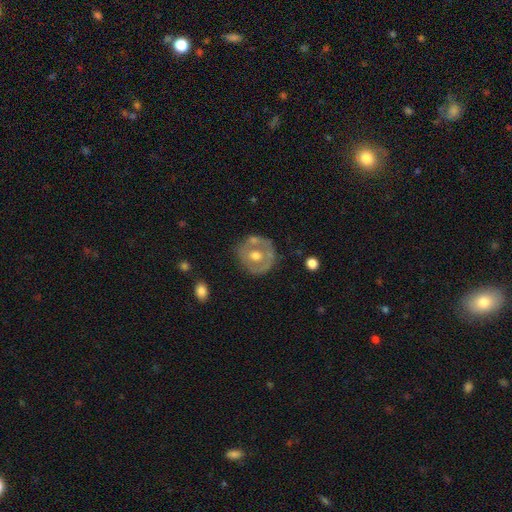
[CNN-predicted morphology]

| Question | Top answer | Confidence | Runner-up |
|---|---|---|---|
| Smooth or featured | featured or disk | 56% | smooth (37%) |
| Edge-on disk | no | 95% | yes (5%) |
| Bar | no | 82% | weak (14%) |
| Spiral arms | no | 82% | yes (18%) |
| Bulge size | moderate | 78% | small (10%) |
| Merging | none | 66% | minor disturbance (19%) |